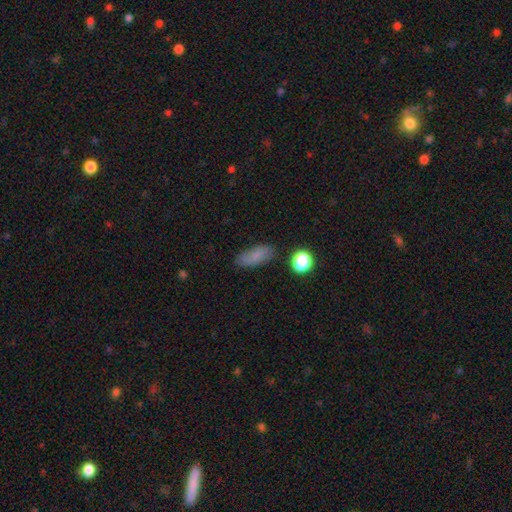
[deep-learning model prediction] A smooth galaxy with no disk features (79%) that is in between round and cigar-shaped (81%). Merging: none (79%).